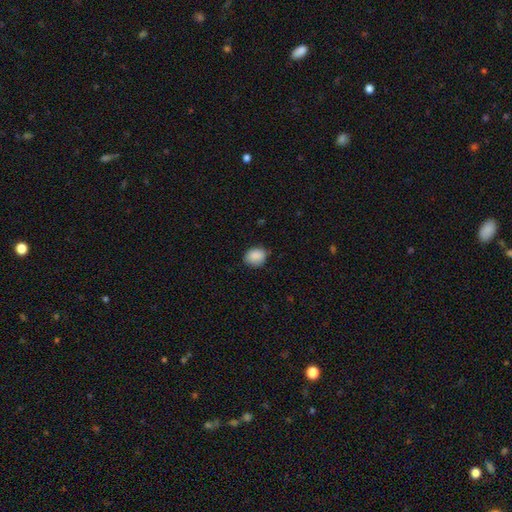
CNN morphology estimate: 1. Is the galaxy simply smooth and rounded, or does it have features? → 88% smooth, 8% star or artifact, 4% featured or disk.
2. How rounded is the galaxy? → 50% in between, 49% round, 1% cigar-shaped.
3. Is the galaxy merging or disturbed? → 75% none, 20% minor disturbance, 3% major disturbance, 1% merger.